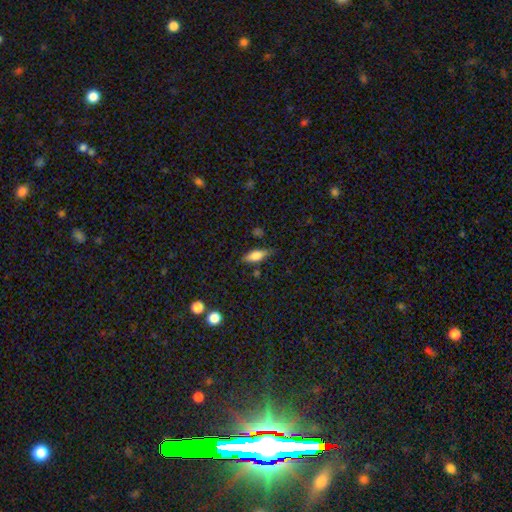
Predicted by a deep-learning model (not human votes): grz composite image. It shows a smooth galaxy with no disk features (71%) that is in between round and cigar-shaped (69%). Merging: none (75%).